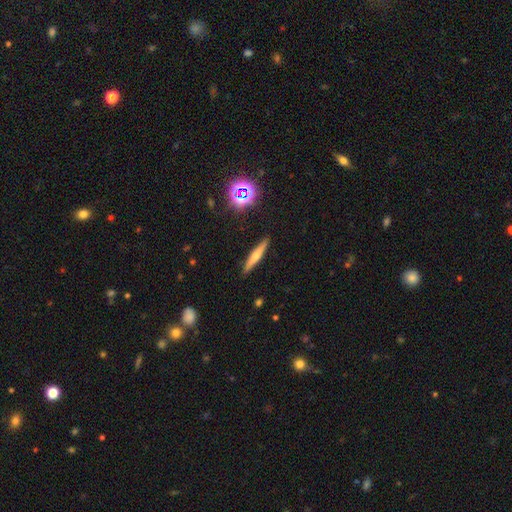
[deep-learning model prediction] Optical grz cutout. It shows a smooth galaxy with no disk features (51%) that is cigar-shaped (91%). Merging: none (90%).